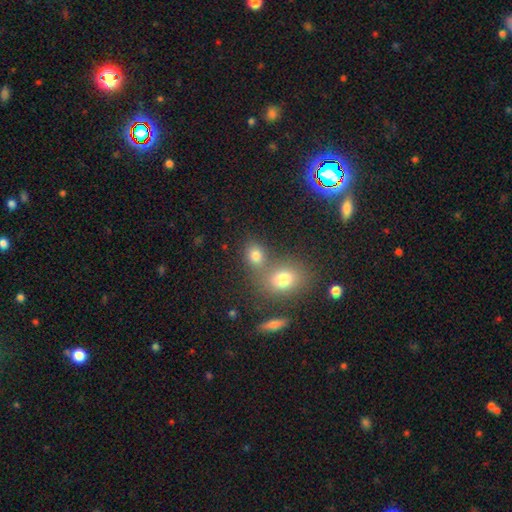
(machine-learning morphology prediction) A smooth galaxy with no disk features (76%) that is round (54%). Merging: none (51%).